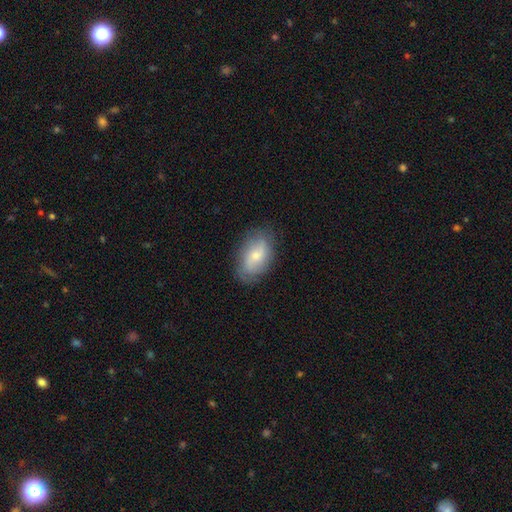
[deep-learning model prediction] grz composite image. It shows a smooth galaxy with no disk features (49%). Merging: none (79%).